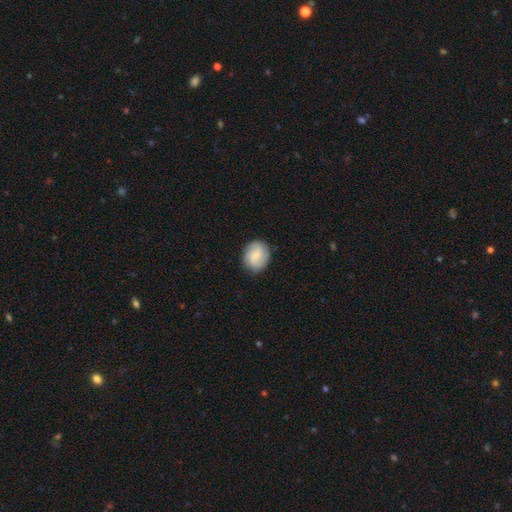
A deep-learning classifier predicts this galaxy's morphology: This is likely a smooth galaxy (65%). How rounded: likely round (65%). Merging: clearly none (84%).